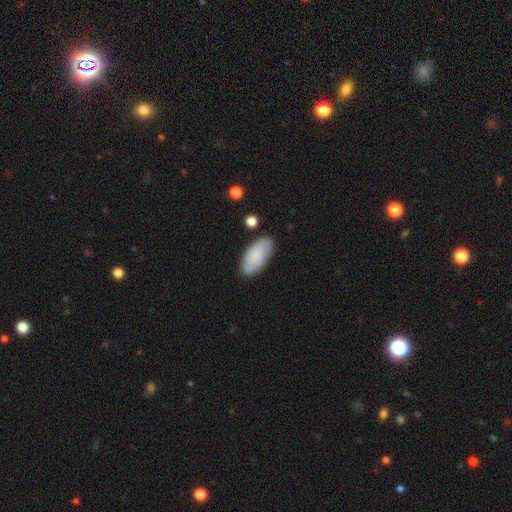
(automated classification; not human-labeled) Smooth or featured: smooth — 80% (featured or disk — 14%)
How rounded: in between — 93% (cigar-shaped — 5%)
Merging: none — 80% (minor disturbance — 14%)